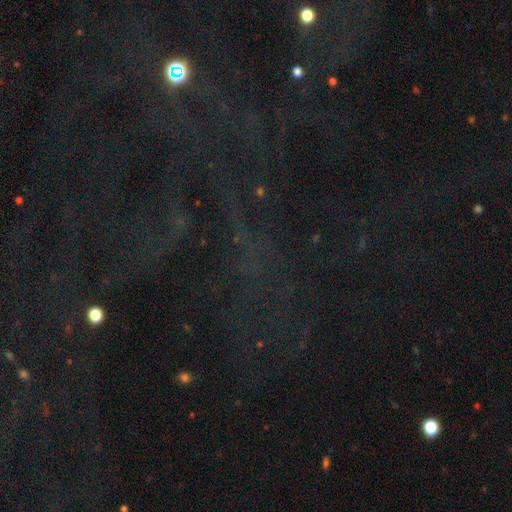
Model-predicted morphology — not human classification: Overall: star or artifact (76%).